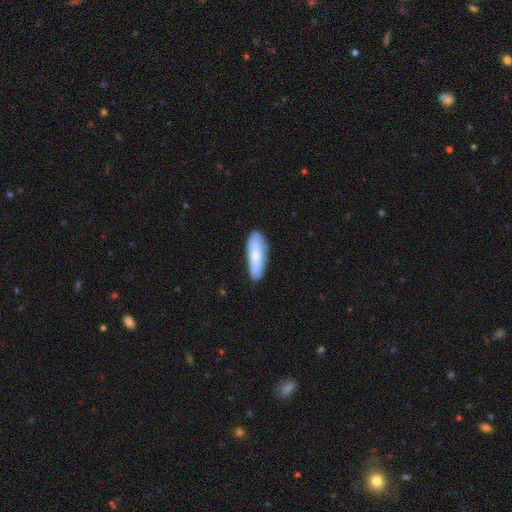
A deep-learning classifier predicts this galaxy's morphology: type=smooth (67%); roundness=in between (54%); merging=none (79%).